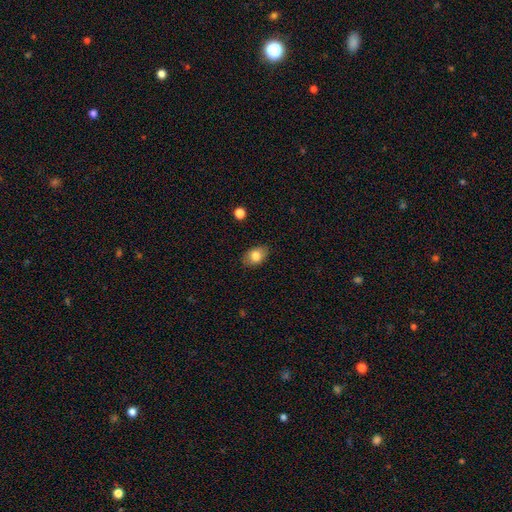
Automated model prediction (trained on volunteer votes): Smooth or featured: smooth — 81% (featured or disk — 11%)
How rounded: in between — 83% (round — 15%)
Merging: none — 85% (minor disturbance — 12%)